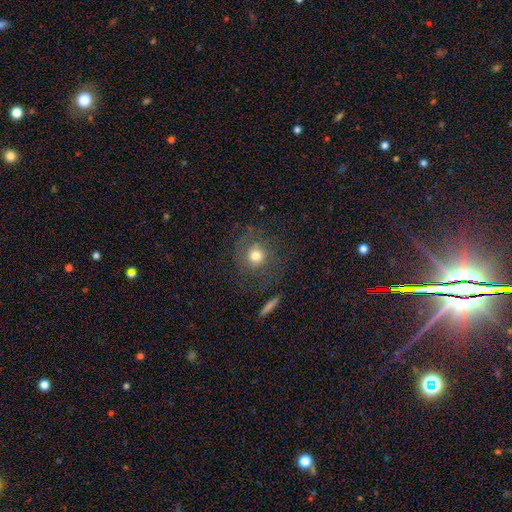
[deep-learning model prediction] This is likely a smooth galaxy (69%). How rounded: clearly round (90%). Merging: likely none (76%).